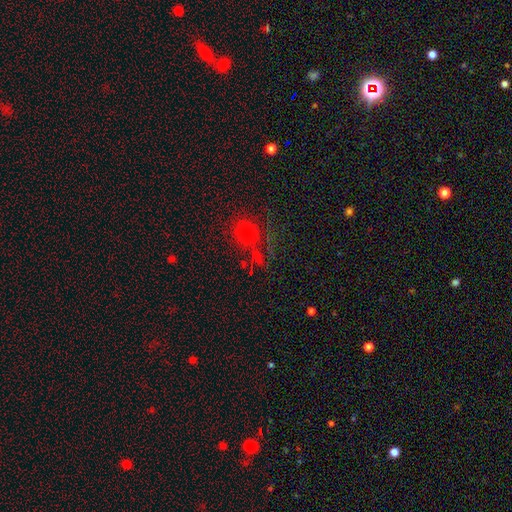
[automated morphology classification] smooth_or_featured: smooth (p=0.51) [alt: star or artifact p=0.37]
how_rounded: round (p=0.80) [alt: in between p=0.18]
merging: none (p=0.62) [alt: major disturbance p=0.15]